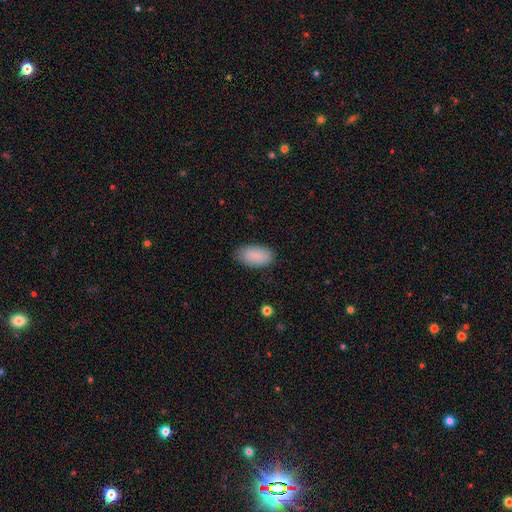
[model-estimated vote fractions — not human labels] smooth-or-featured: smooth: 88% | star or artifact: 6% | featured or disk: 5%
  how-rounded: in between: 94% | round: 3% | cigar-shaped: 2%
  merging: none: 81% | minor disturbance: 15% | major disturbance: 3% | merger: 1%